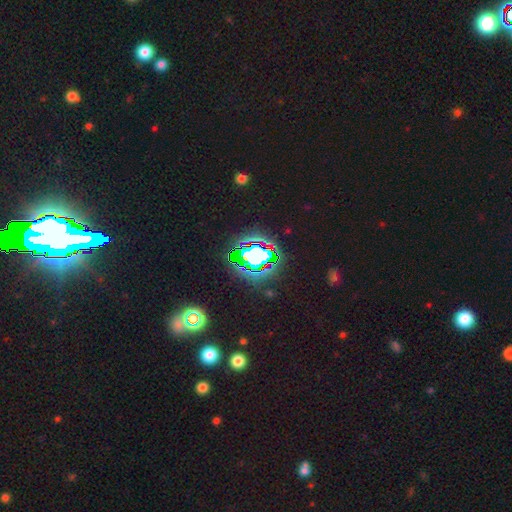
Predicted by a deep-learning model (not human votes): Q: Smooth or featured?
A: star or artifact (68%); runner-up: smooth (18%)